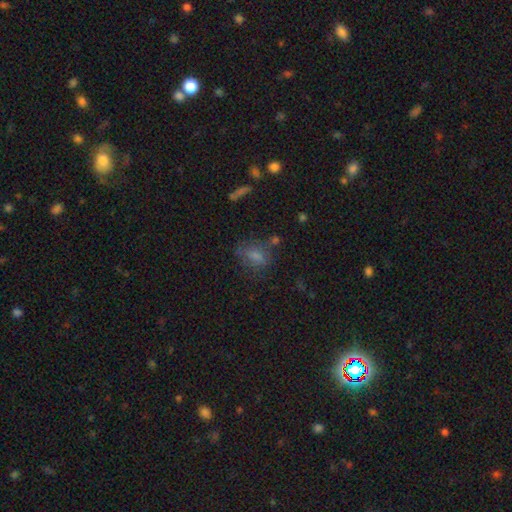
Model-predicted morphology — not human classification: A smooth galaxy with no disk features (67%) that is in between round and cigar-shaped (74%). Merging: none (54%).